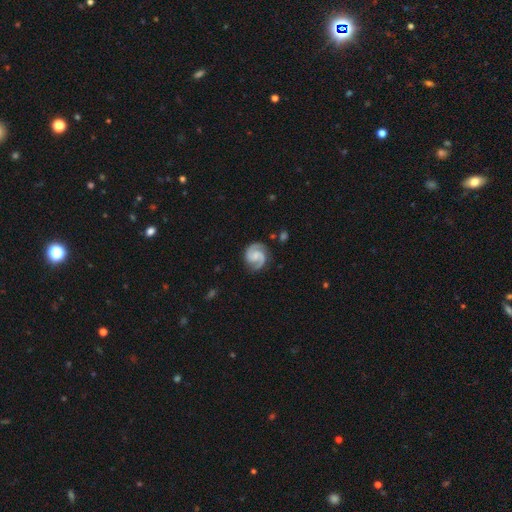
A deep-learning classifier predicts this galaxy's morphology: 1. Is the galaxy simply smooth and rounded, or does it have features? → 89% featured or disk, 6% smooth, 5% star or artifact.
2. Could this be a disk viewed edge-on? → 98% no, 2% yes.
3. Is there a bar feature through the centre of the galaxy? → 51% no, 40% weak, 10% strong.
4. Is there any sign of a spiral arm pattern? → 98% yes, 2% no.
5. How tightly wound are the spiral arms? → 52% medium, 36% tight, 12% loose.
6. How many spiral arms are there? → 93% 2, 2% can't tell, 1% 3, 1% 1, 1% 4, 1% more than 4.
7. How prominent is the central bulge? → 39% small, 33% none, 24% moderate, 3% large, 1% dominant.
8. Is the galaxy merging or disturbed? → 82% none, 12% minor disturbance, 4% major disturbance, 2% merger.